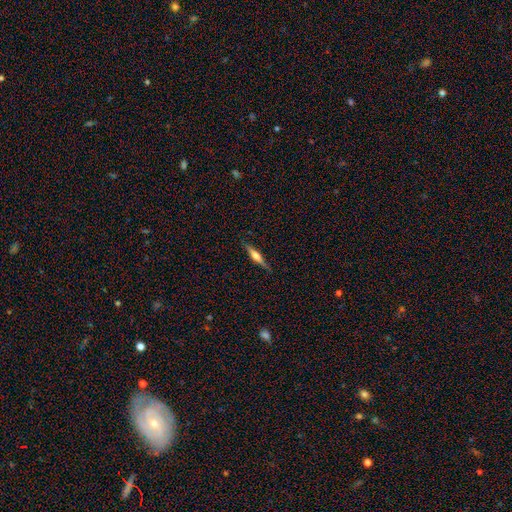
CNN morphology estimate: type=featured or disk (66%); edge-on=yes (97%); edge-on bulge=rounded (84%); merging=none (88%).